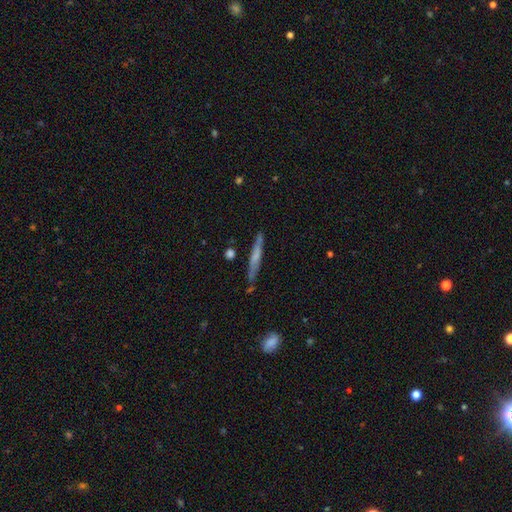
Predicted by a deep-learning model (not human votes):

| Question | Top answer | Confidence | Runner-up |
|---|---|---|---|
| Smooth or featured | smooth | 48% | featured or disk (46%) |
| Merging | none | 81% | minor disturbance (13%) |